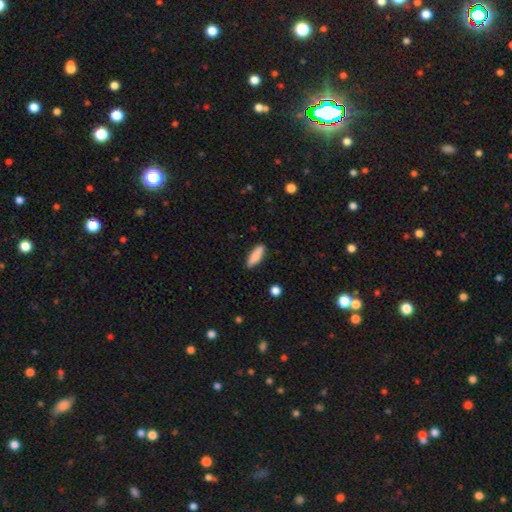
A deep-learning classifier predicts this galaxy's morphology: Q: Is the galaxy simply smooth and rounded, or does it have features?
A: smooth — 87%.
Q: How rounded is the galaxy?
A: cigar-shaped — 50%.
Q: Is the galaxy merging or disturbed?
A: none — 87%.